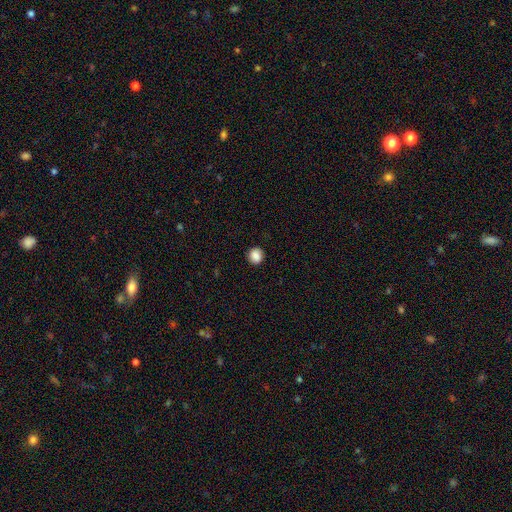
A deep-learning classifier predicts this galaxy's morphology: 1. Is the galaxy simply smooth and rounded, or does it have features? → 88% smooth, 9% star or artifact, 3% featured or disk.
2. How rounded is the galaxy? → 83% round, 16% in between, 1% cigar-shaped.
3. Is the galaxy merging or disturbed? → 90% none, 7% minor disturbance, 2% major disturbance, 1% merger.